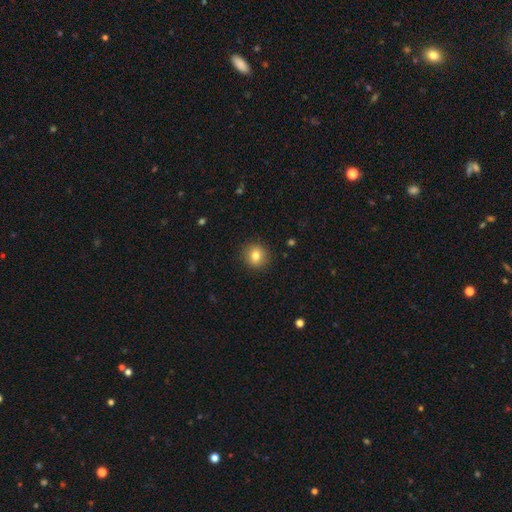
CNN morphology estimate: A smooth galaxy with no disk features (80%) that is round (86%).

Vote fractions:
- Smooth or featured? smooth: 80% / star or artifact: 10% / featured or disk: 10%
- How rounded? round: 86% / in between: 13% / cigar-shaped: 1%
- Merging? none: 90% / minor disturbance: 7% / major disturbance: 2% / merger: 1%